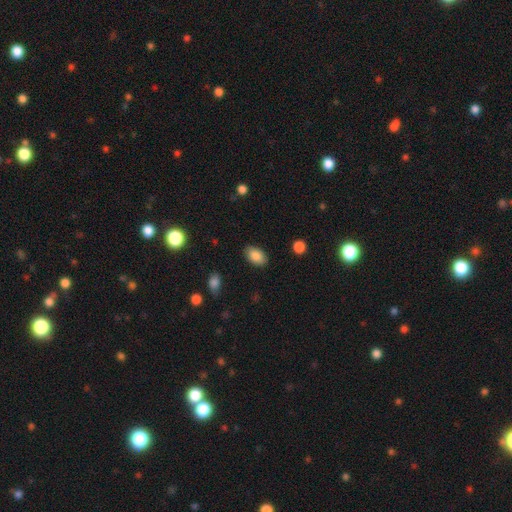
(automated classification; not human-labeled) smooth 86%, star or artifact 7%, featured or disk 7%. Down the decision tree: how rounded — in between (91%); merging — none (87%).